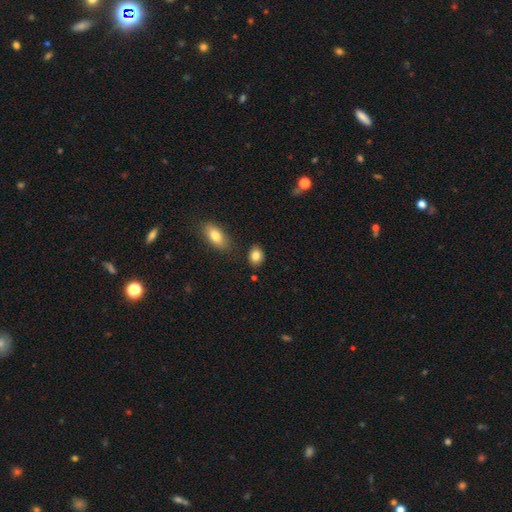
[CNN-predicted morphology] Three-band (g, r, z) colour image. It shows a smooth galaxy with no disk features (84%) that is in between round and cigar-shaped (55%). Merging: none (83%).